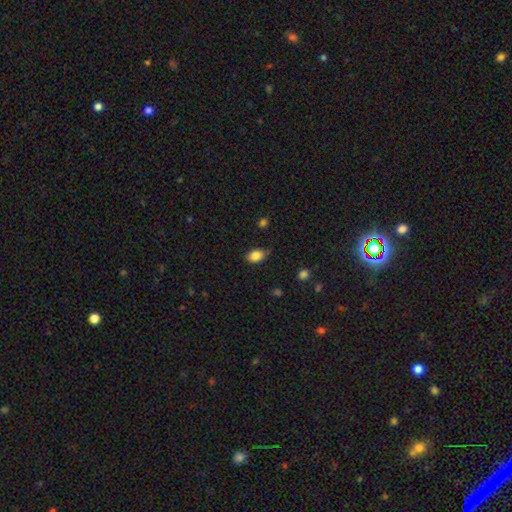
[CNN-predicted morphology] Overall: smooth (85%). How rounded: in between (79%). Merging: none (66%; minor disturbance 28%).